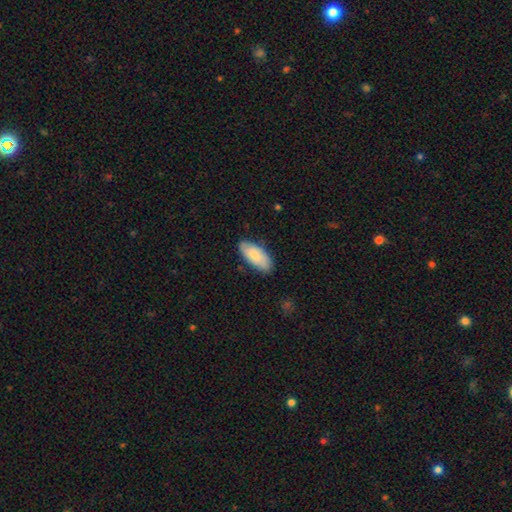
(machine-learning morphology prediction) A smooth galaxy with no disk features (80%) that is in between round and cigar-shaped (89%). Merging: none (81%).